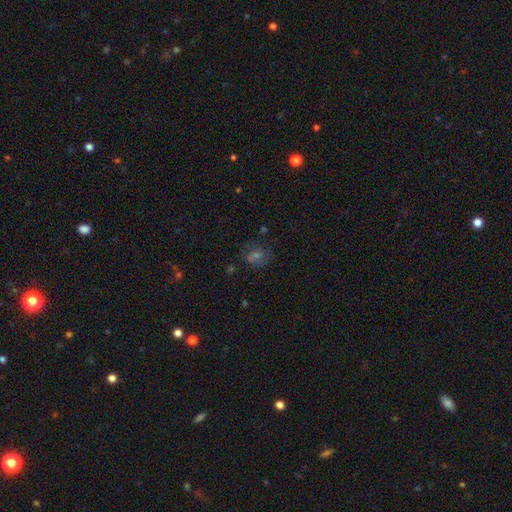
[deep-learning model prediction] This is marginally a smooth galaxy (36%). Merging: likely none (72%).